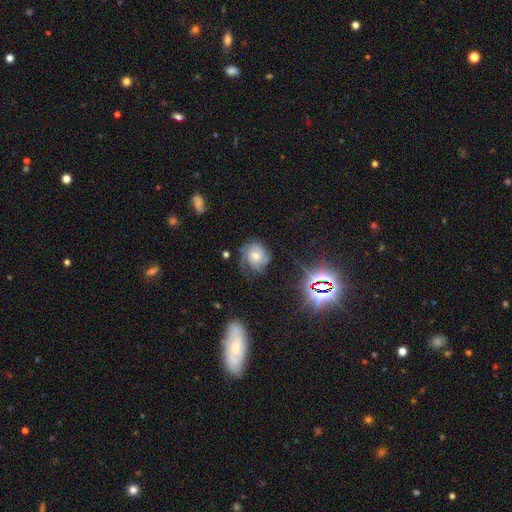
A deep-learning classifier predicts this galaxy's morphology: A featured or disk galaxy (61%) with no bar (77%), tight (57%) spiral arms (89%) and a moderate central bulge (64%).

Vote fractions:
- Smooth or featured? featured or disk: 61% / smooth: 21% / star or artifact: 19%
- Edge-on disk? no: 96% / yes: 4%
- Bar? no: 77% / weak: 19% / strong: 5%
- Spiral arms? yes: 89% / no: 11%
- Spiral winding? tight: 57% / medium: 32% / loose: 11%
- Spiral arm count? can't tell: 29% / 2: 28% / 3: 19% / 1: 16% / 4: 4% / more than 4: 4%
- Bulge size? moderate: 64% / small: 24% / large: 8% / none: 3% / dominant: 2%
- Merging? none: 58% / minor disturbance: 23% / major disturbance: 16% / merger: 3%